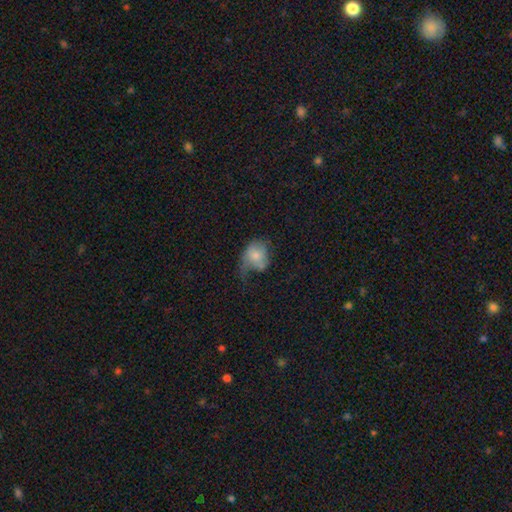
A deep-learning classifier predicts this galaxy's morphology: type=smooth (65%); roundness=in between (58%); merging=major disturbance (46%).